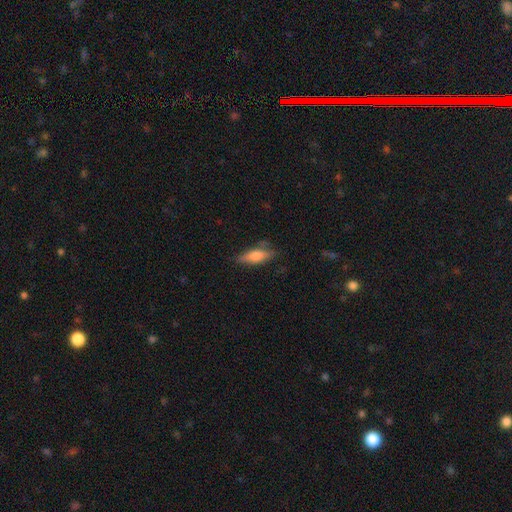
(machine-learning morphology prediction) A smooth galaxy with no disk features (68%) that is in between round and cigar-shaped (61%).

Vote fractions:
- Smooth or featured? smooth: 68% / featured or disk: 25% / star or artifact: 7%
- How rounded? in between: 61% / cigar-shaped: 36% / round: 3%
- Merging? none: 66% / minor disturbance: 25% / major disturbance: 6% / merger: 3%